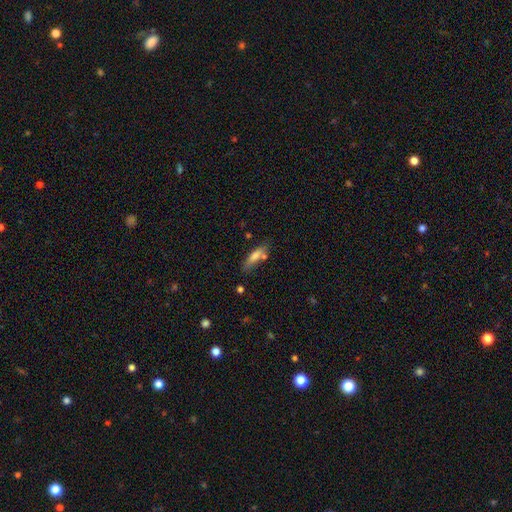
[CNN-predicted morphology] smooth 73%, featured or disk 20%, star or artifact 7%. Down the decision tree: how rounded — cigar-shaped (65%); merging — none (66%).